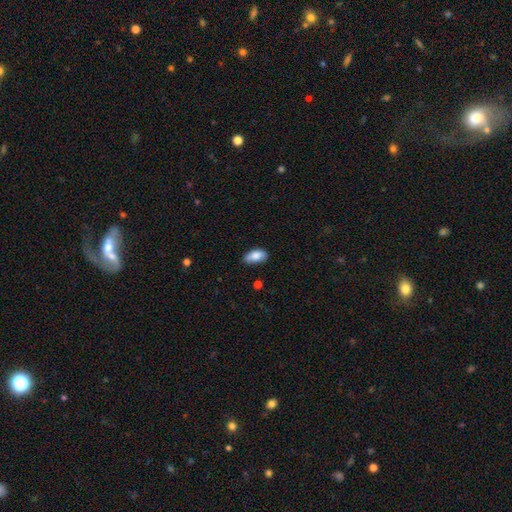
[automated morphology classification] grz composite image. It shows a smooth galaxy with no disk features (84%) that is in between round and cigar-shaped (91%). Merging: none (66%).